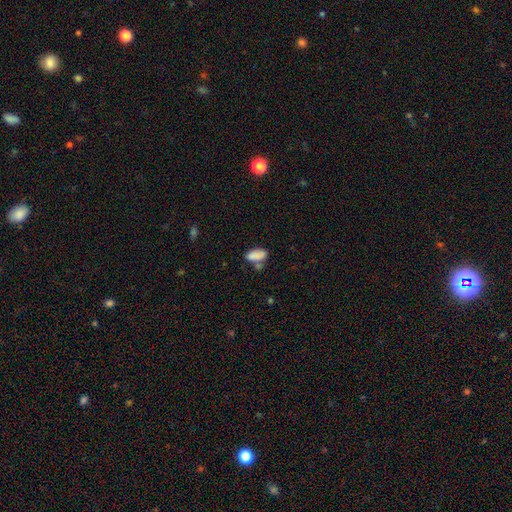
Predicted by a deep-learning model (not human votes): This appears to be a smooth galaxy with no disk features (83%) that is in between round and cigar-shaped (90%). Merging: none (46%).